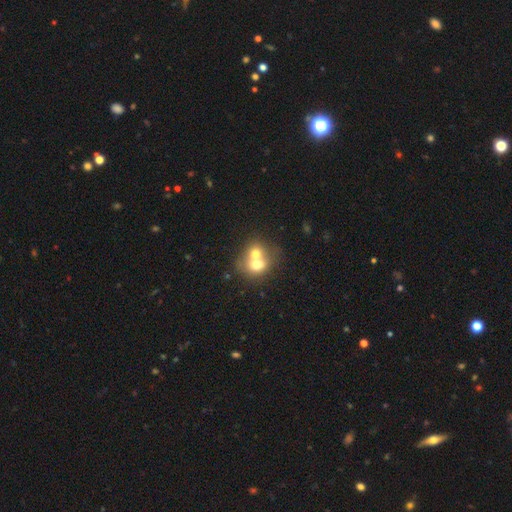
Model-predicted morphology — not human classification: Smooth or featured? Predicted: smooth (p=0.65). How rounded? Predicted: round (p=0.68). Merging? Predicted: merger (p=0.70).